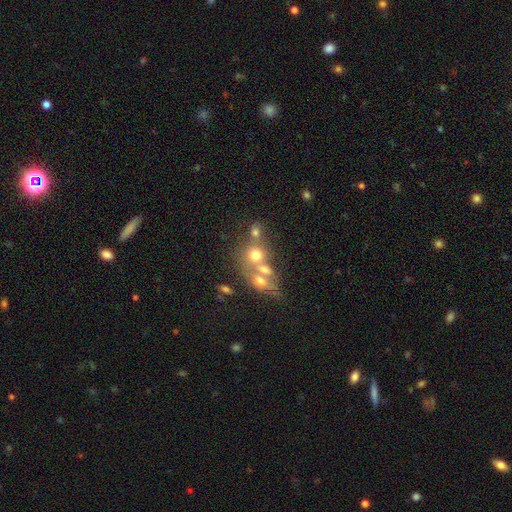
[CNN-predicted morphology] Smooth or featured? Predicted: smooth (p=0.60). How rounded? Predicted: round (p=0.66). Merging? Predicted: merger (p=0.50).